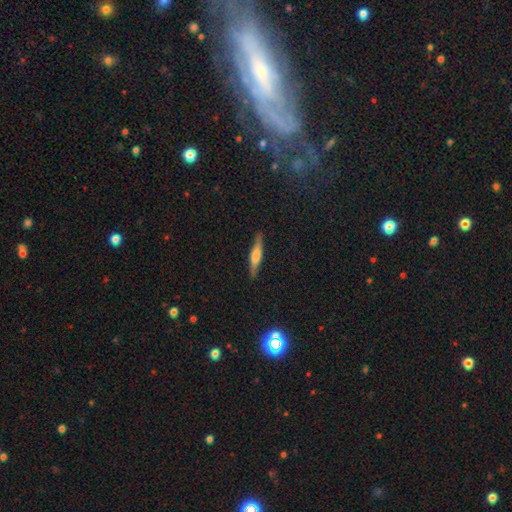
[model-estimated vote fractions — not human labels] This appears to be a featured or disk galaxy (53%) viewed edge-on (96%) with a rounded central bulge (72%). Merging: none (89%).